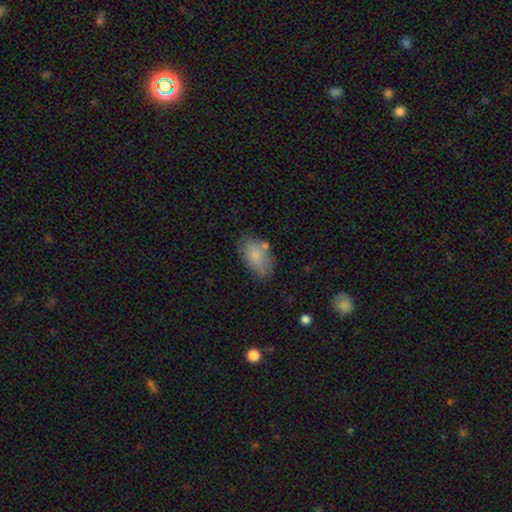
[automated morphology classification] A smooth galaxy with no disk features (81%) that is in between round and cigar-shaped (91%).

Vote fractions:
- Smooth or featured? smooth: 81% / featured or disk: 12% / star or artifact: 7%
- How rounded? in between: 91% / round: 7% / cigar-shaped: 2%
- Merging? none: 63% / minor disturbance: 23% / merger: 8% / major disturbance: 6%